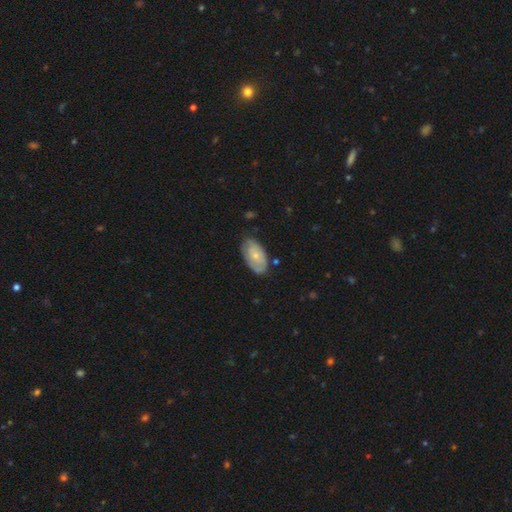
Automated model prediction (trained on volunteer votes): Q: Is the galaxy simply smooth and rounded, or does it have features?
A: smooth — 57%.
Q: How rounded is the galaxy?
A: in between — 94%.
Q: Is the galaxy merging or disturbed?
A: none — 69%.